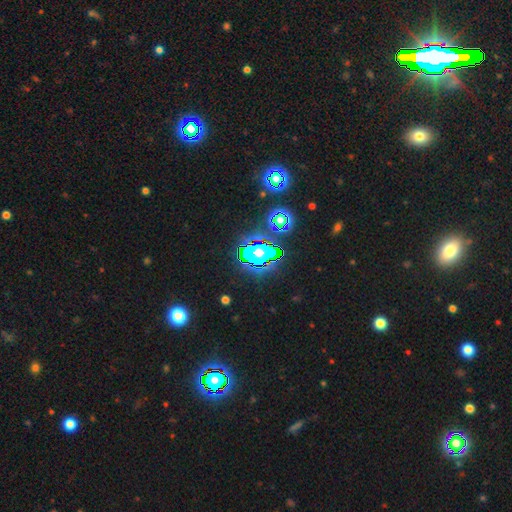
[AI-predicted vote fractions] The model was most divided on "smooth or featured": star or artifact: 68%, smooth: 18%, featured or disk: 14%.